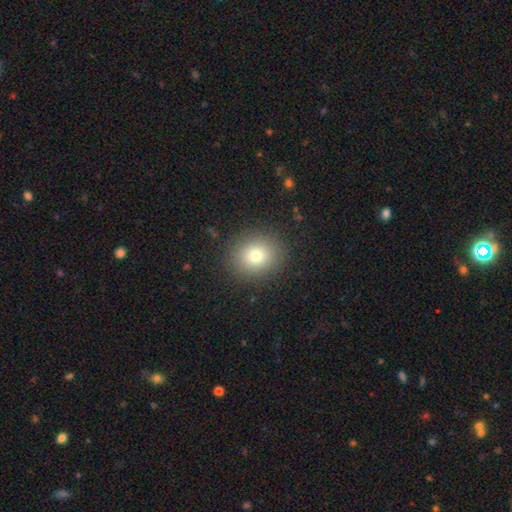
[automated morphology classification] This appears to be a smooth galaxy with no disk features (77%) that is round (71%). Merging: none (88%).